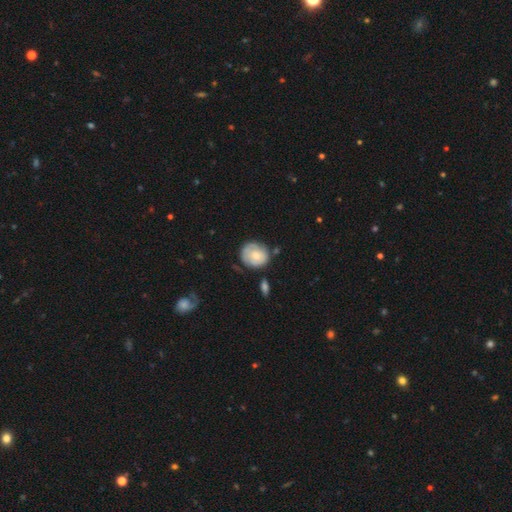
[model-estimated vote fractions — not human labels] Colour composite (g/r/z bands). It shows a smooth galaxy with no disk features (57%) that is round (76%). Merging: none (61%).